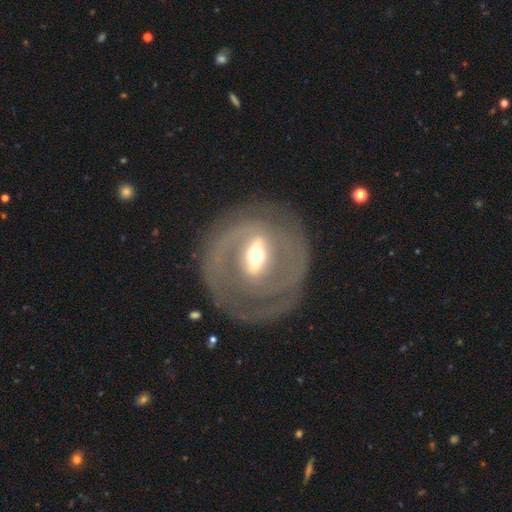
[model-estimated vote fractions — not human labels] smooth_or_featured: featured or disk (p=0.82) [alt: smooth p=0.13]
disk_edge_on: no (p=0.92) [alt: yes p=0.08]
bar: strong (p=0.62) [alt: weak p=0.27]
has_spiral_arms: yes (p=0.67) [alt: no p=0.33]
spiral_winding: tight (p=0.53) [alt: medium p=0.32]
spiral_arm_count: 2 (p=0.62) [alt: can't tell p=0.19]
bulge_size: moderate (p=0.64) [alt: small p=0.21]
merging: none (p=0.71) [alt: minor disturbance p=0.13]